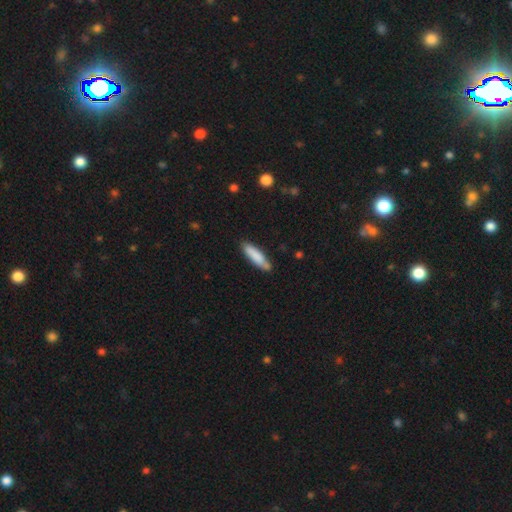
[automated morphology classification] Overall: smooth (83%). How rounded: cigar-shaped (71%). Merging: none (79%).